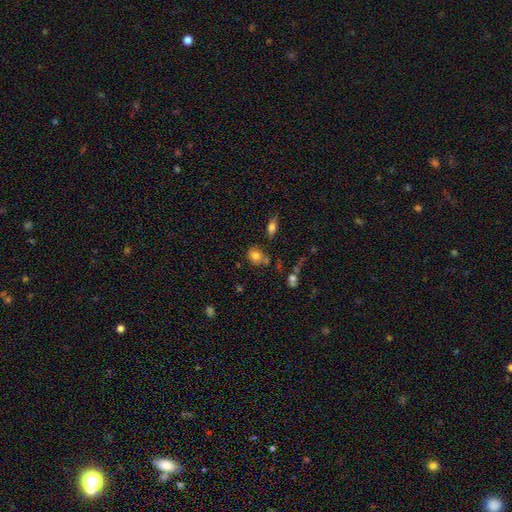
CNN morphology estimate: Smooth or featured?
  - smooth: 79% *
  - star or artifact: 11%
  - featured or disk: 10%
How rounded?
  - round: 63% *
  - in between: 36%
  - cigar-shaped: 2%
Merging?
  - none: 66% *
  - minor disturbance: 16%
  - merger: 13%
  - major disturbance: 4%